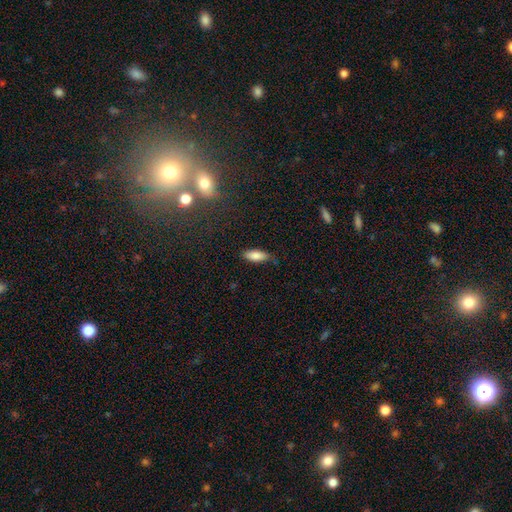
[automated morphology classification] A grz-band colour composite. It shows a smooth galaxy with no disk features (83%) that is in between round and cigar-shaped (73%). Merging: none (79%).